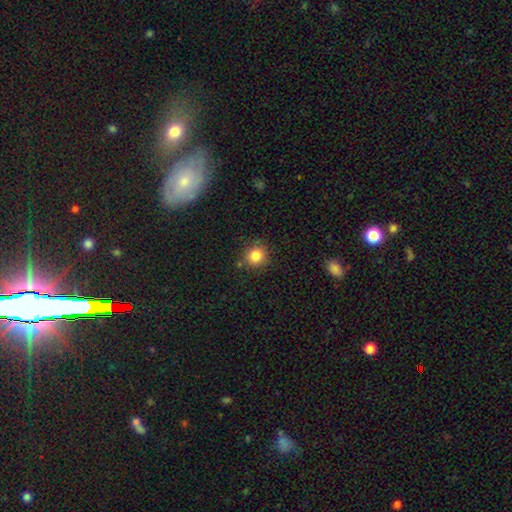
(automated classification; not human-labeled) Smooth or featured? Predicted: smooth (p=0.84). How rounded? Predicted: round (p=0.88). Merging? Predicted: none (p=0.81).